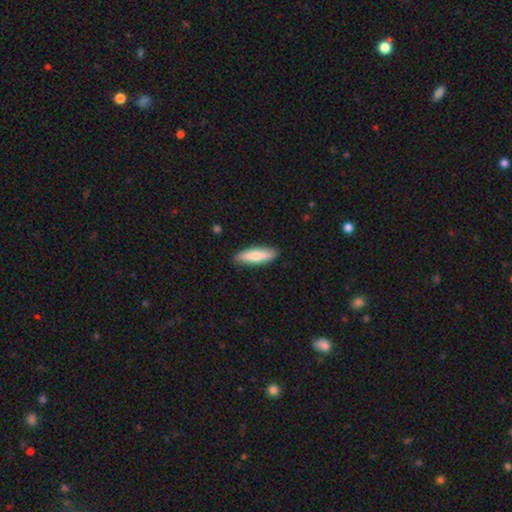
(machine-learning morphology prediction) smooth_or_featured: smooth (p=0.74) [alt: featured or disk p=0.20]
how_rounded: cigar-shaped (p=0.61) [alt: in between p=0.38]
merging: none (p=0.88) [alt: minor disturbance p=0.09]